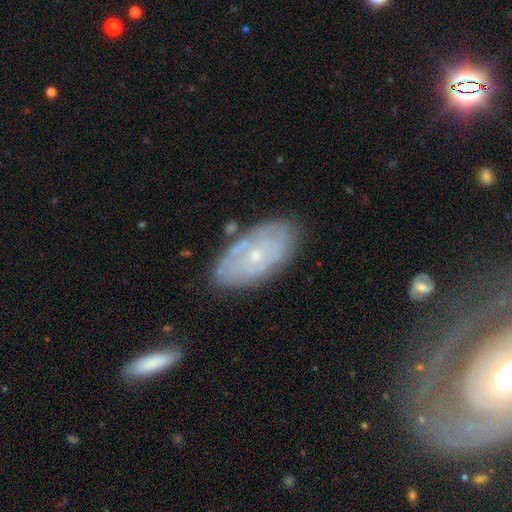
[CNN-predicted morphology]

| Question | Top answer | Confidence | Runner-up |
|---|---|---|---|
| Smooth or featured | featured or disk | 69% | smooth (24%) |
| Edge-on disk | no | 93% | yes (7%) |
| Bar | no | 80% | weak (17%) |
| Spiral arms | yes | 72% | no (28%) |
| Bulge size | small | 73% | moderate (23%) |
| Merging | none | 75% | minor disturbance (17%) |